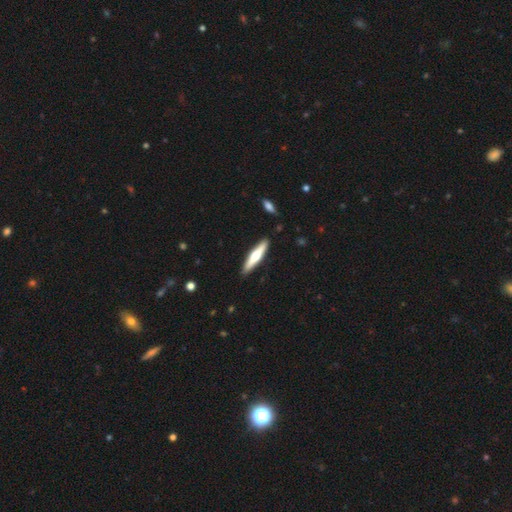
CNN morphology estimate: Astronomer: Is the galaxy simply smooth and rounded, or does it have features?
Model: featured or disk — 51% (runner-up: smooth, 44%).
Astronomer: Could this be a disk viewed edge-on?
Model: yes — 95%.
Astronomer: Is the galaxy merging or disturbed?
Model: none — 90%.